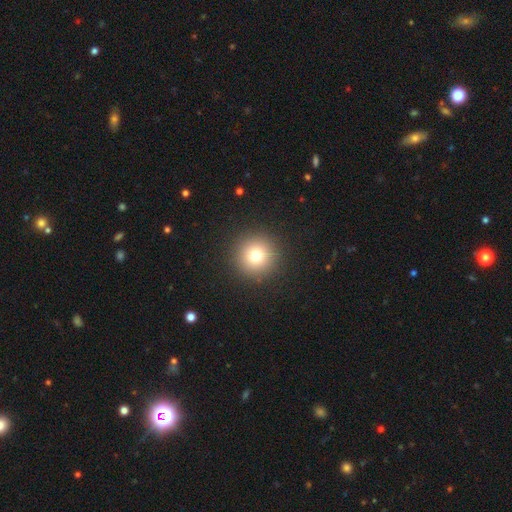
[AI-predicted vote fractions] smooth-or-featured: smooth: 77% | star or artifact: 14% | featured or disk: 9%
  how-rounded: round: 96% | in between: 3% | cigar-shaped: 1%
  merging: none: 92% | minor disturbance: 5% | major disturbance: 2% | merger: 1%